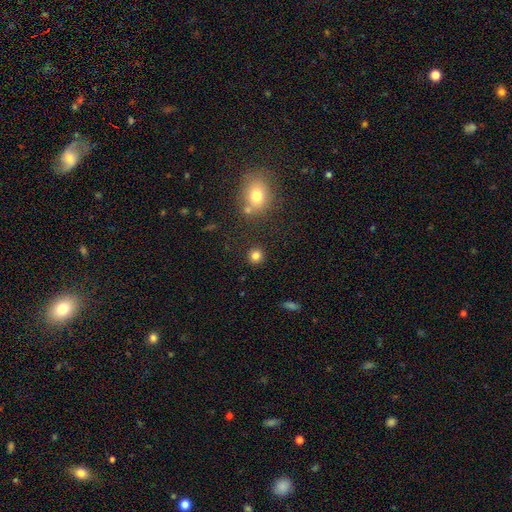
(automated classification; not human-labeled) smooth-or-featured: smooth: 82% | star or artifact: 13% | featured or disk: 6%
  how-rounded: round: 91% | in between: 8% | cigar-shaped: 1%
  merging: none: 87% | minor disturbance: 6% | merger: 4% | major disturbance: 3%